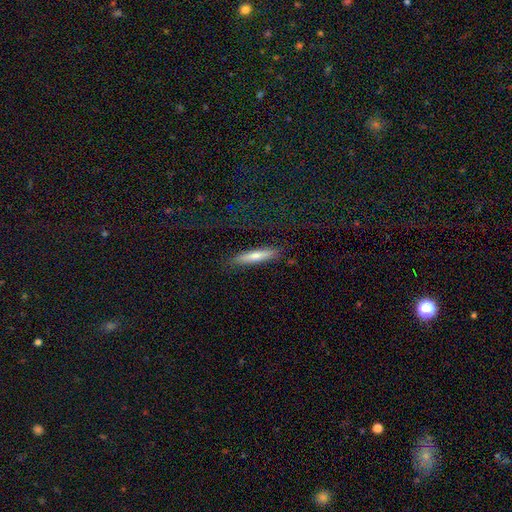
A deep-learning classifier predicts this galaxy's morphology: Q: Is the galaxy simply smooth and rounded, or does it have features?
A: smooth — 58%.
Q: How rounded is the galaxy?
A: cigar-shaped — 90%.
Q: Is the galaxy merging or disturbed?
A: none — 86%.